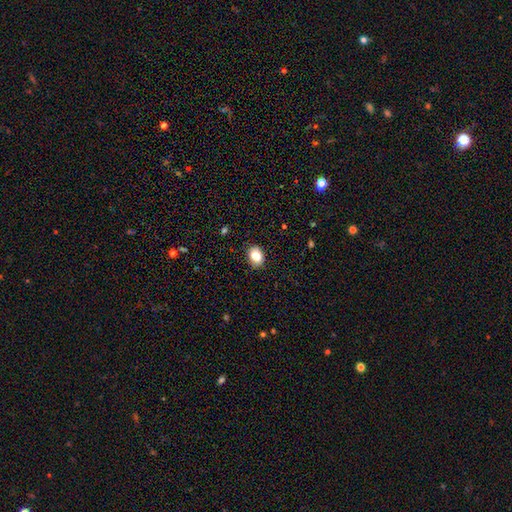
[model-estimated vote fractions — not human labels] A smooth galaxy with no disk features (84%) that is in between round and cigar-shaped (69%). Merging: none (84%).